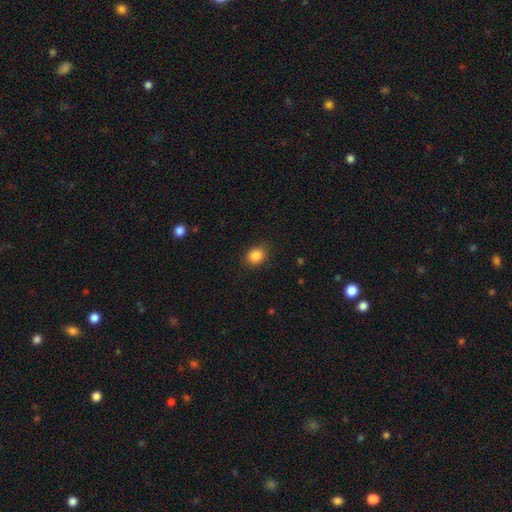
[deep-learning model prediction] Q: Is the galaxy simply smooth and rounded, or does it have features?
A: smooth — 86%.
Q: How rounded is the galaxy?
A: round — 50%.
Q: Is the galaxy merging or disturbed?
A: none — 84%.